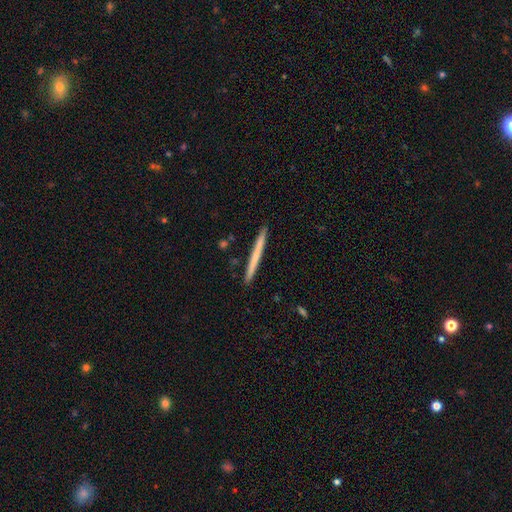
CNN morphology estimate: A smooth galaxy with no disk features (57%) that is cigar-shaped (97%).

Vote fractions:
- Smooth or featured? smooth: 57% / featured or disk: 38% / star or artifact: 5%
- How rounded? cigar-shaped: 97% / in between: 1% / round: 1%
- Merging? none: 92% / minor disturbance: 5% / merger: 1% / major disturbance: 1%